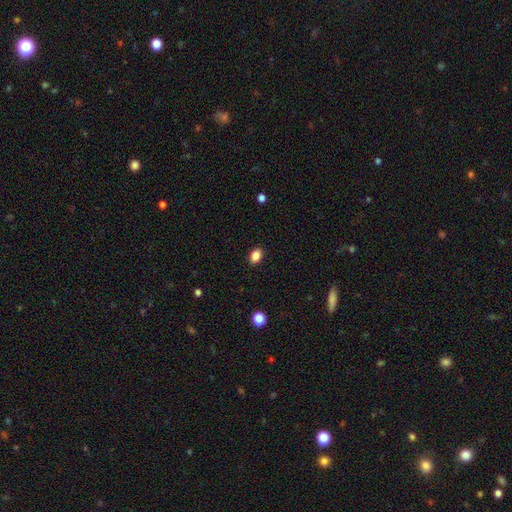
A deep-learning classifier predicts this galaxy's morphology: A smooth galaxy with no disk features (86%) that is in between round and cigar-shaped (78%). Merging: none (89%).